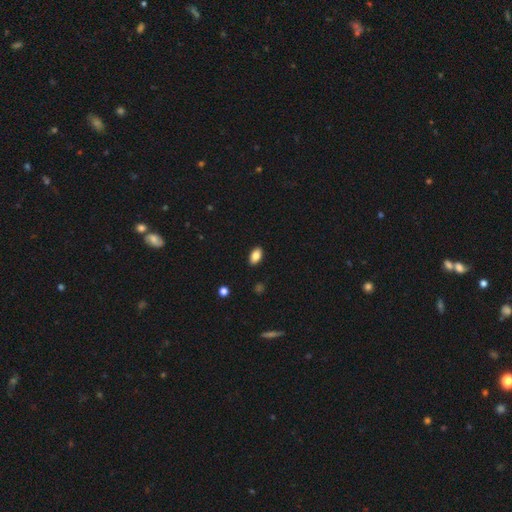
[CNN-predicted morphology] This is clearly a smooth galaxy (84%). How rounded: clearly in between (91%). Merging: clearly none (89%).